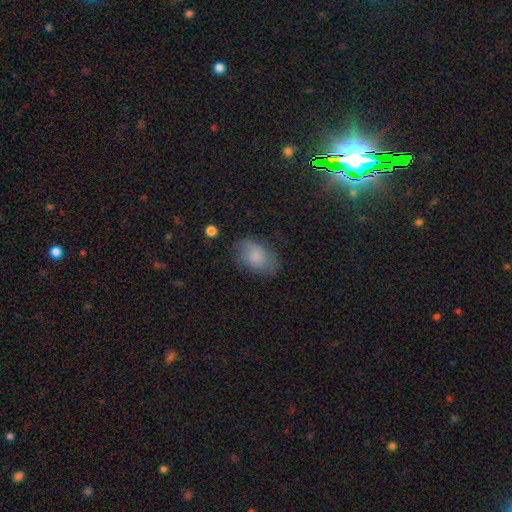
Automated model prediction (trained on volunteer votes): Q: Smooth or featured?
A: smooth (75%); runner-up: featured or disk (16%)
Q: How rounded?
A: in between (88%); runner-up: round (10%)
Q: Merging?
A: none (71%); runner-up: minor disturbance (21%)